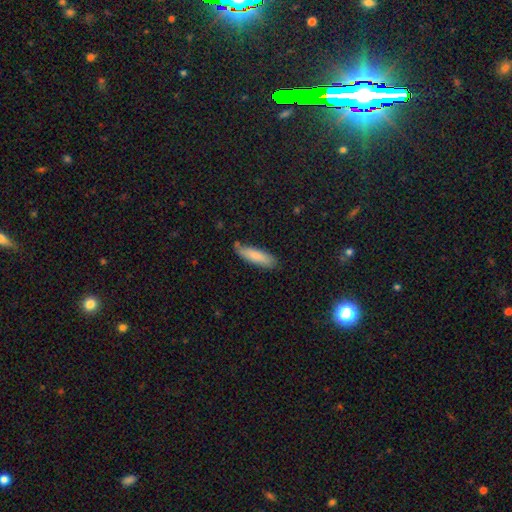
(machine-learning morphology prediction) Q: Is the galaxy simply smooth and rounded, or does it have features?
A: smooth — 81%.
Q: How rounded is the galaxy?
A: cigar-shaped — 65%.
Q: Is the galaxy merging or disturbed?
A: none — 75%.